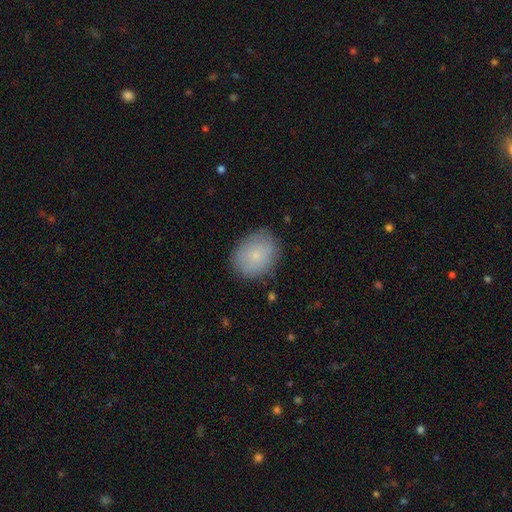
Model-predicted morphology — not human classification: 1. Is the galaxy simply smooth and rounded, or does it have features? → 76% smooth, 16% featured or disk, 8% star or artifact.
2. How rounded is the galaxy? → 50% in between, 49% round, 1% cigar-shaped.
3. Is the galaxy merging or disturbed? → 79% none, 16% minor disturbance, 4% major disturbance, 1% merger.